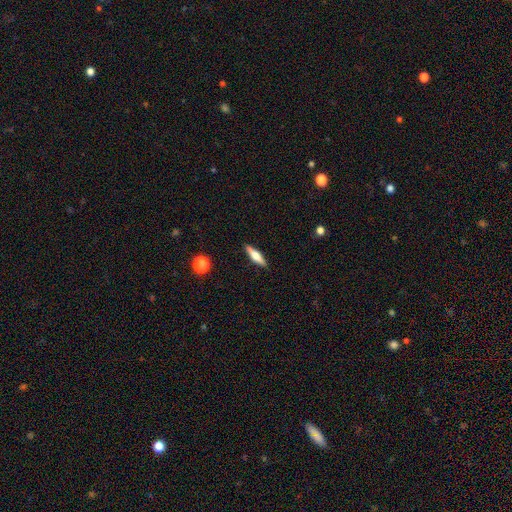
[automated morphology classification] smooth_or_featured: smooth (p=0.50) [alt: featured or disk p=0.44]
merging: none (p=0.89) [alt: minor disturbance p=0.08]